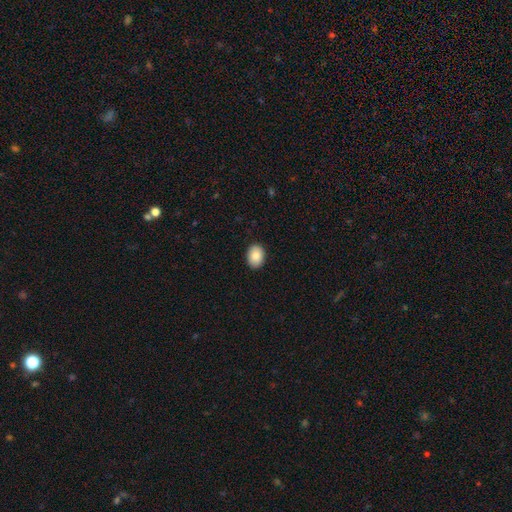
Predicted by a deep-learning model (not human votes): The model was most divided on "how rounded": in between: 75%, round: 24%, cigar-shaped: 1%. More confident: merging — none (91%); smooth or featured — smooth (87%).